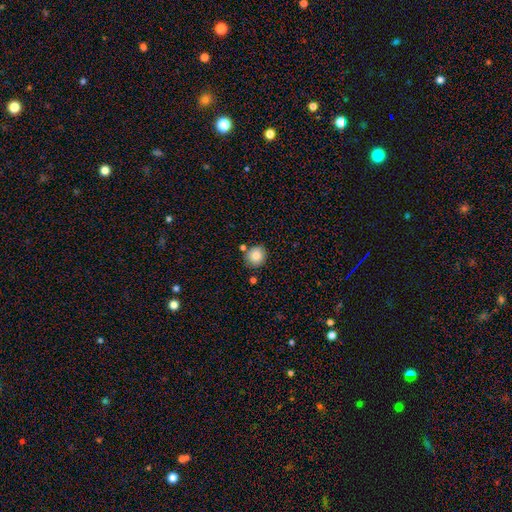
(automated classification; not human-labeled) Overall: smooth (84%). How rounded: round (91%). Merging: none (80%).